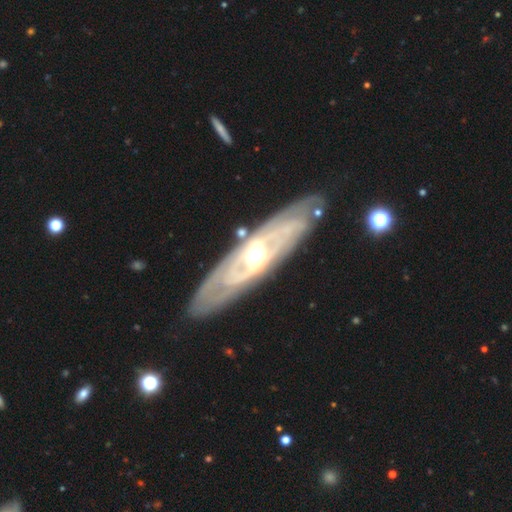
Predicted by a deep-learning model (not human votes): featured or disk 83%, smooth 12%, star or artifact 5%. Down the decision tree: edge-on disk — no (70%); bar — no (51%); spiral arms — yes (66%); bulge size — moderate (70%); merging — none (81%).